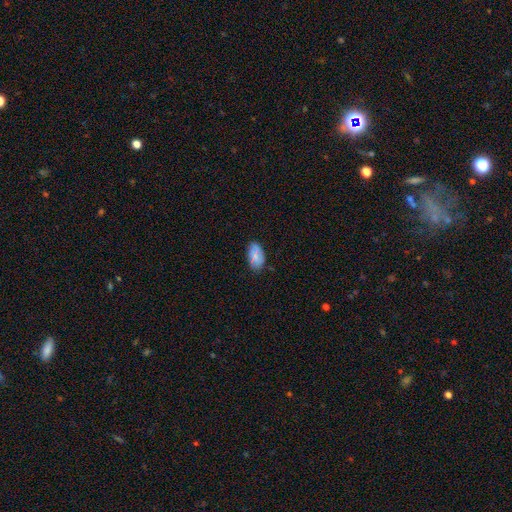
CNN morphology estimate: smooth_or_featured: smooth (p=0.76) [alt: featured or disk p=0.17]
how_rounded: in between (p=0.94) [alt: round p=0.04]
merging: none (p=0.76) [alt: minor disturbance p=0.20]